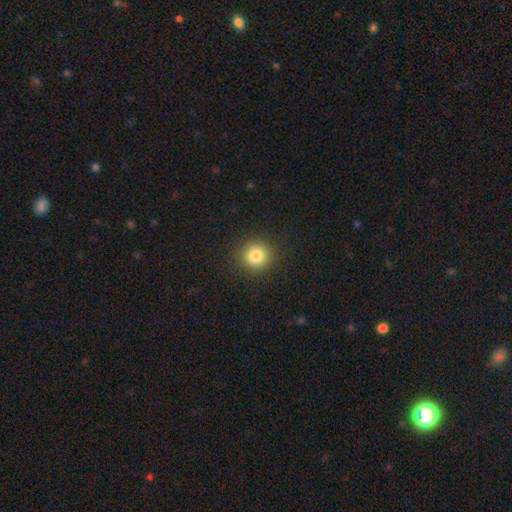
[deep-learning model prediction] Smooth or featured?
  - smooth: 83% *
  - star or artifact: 12%
  - featured or disk: 5%
How rounded?
  - round: 91% *
  - in between: 8%
  - cigar-shaped: 1%
Merging?
  - none: 91% *
  - minor disturbance: 6%
  - major disturbance: 2%
  - merger: 1%